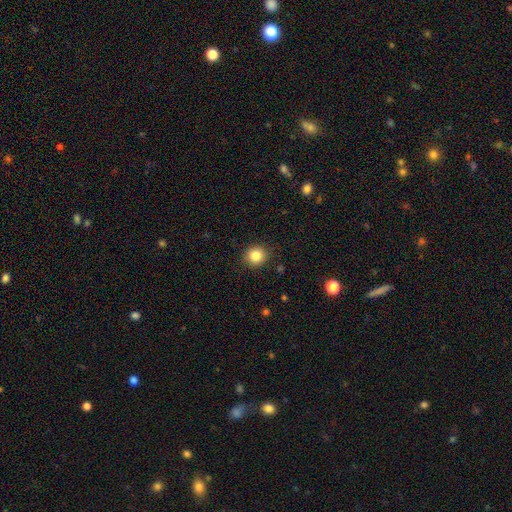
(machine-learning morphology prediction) smooth_or_featured: smooth (p=0.84) [alt: star or artifact p=0.11]
how_rounded: round (p=0.86) [alt: in between p=0.13]
merging: none (p=0.90) [alt: minor disturbance p=0.07]